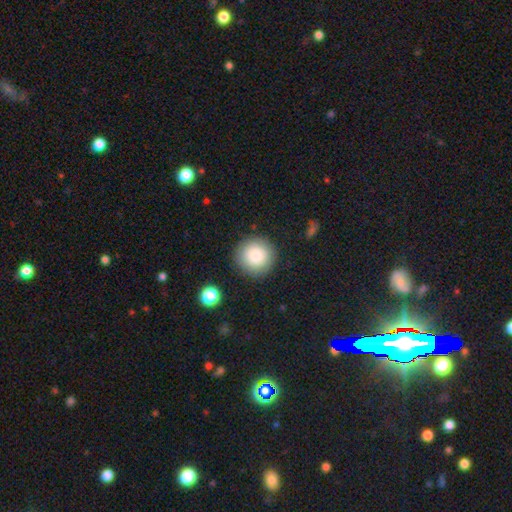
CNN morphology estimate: This appears to be a smooth galaxy with no disk features (84%) that is round (95%). Merging: none (89%).